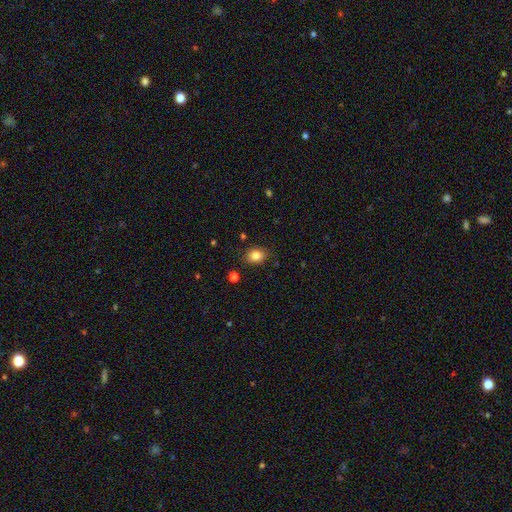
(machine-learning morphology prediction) smooth-or-featured: smooth: 84% | star or artifact: 10% | featured or disk: 6%
  how-rounded: in between: 55% | round: 44% | cigar-shaped: 1%
  merging: none: 84% | minor disturbance: 11% | major disturbance: 3% | merger: 2%